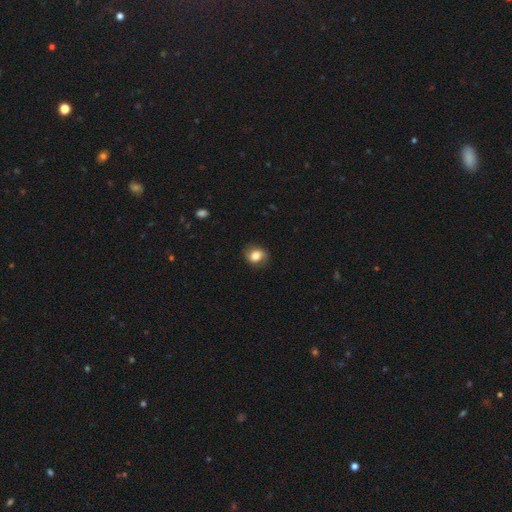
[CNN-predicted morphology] Smooth or featured? Predicted: smooth (p=0.73). How rounded? Predicted: round (p=0.58). Merging? Predicted: none (p=0.81).